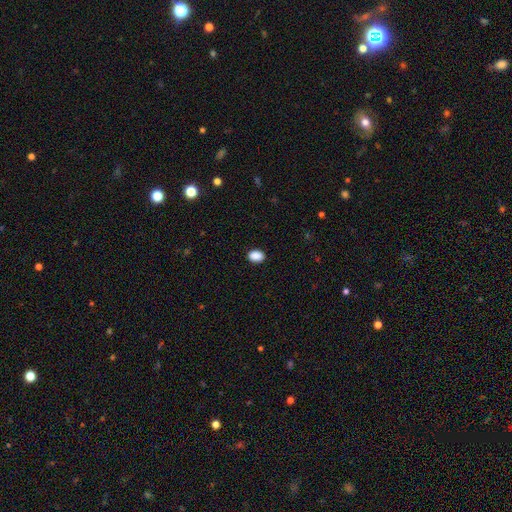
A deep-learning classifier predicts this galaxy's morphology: smooth 89%, star or artifact 8%, featured or disk 2%. Down the decision tree: how rounded — in between (77%); merging — none (89%).